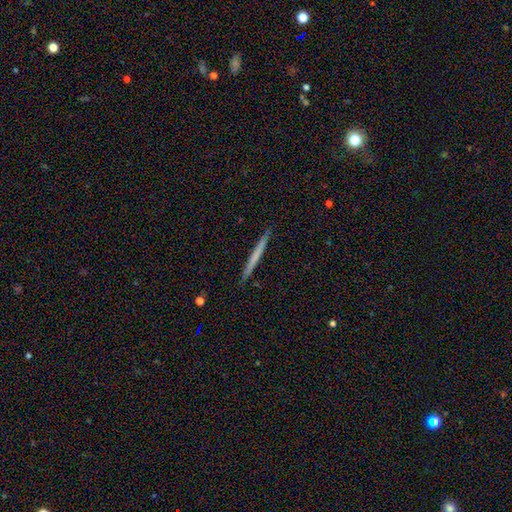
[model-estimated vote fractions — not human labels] A smooth galaxy with no disk features (52%) that is cigar-shaped (97%). Merging: none (91%).